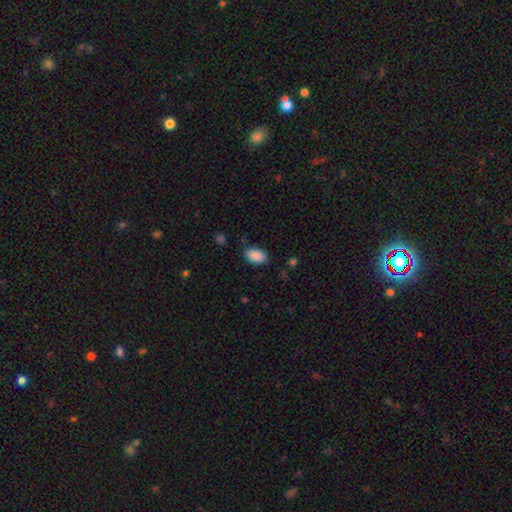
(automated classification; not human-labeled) Overall: smooth (89%). How rounded: in between (91%). Merging: none (82%).